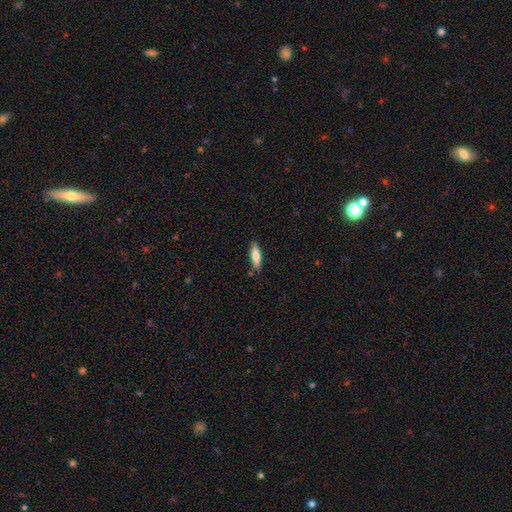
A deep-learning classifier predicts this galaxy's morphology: This is likely a smooth galaxy (76%). How rounded: possibly cigar-shaped (53%). Merging: clearly none (84%).